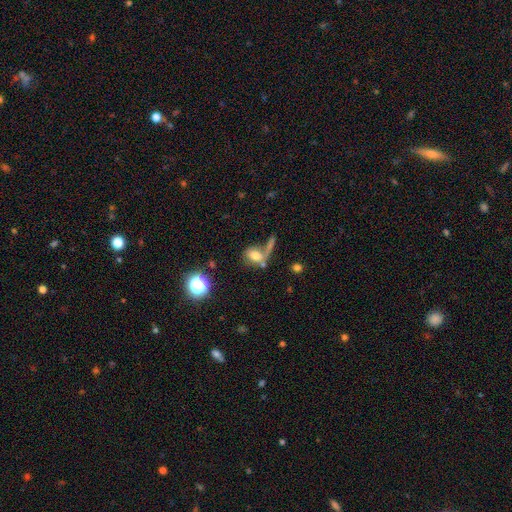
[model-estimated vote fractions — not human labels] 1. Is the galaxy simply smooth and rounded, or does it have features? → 66% smooth, 20% featured or disk, 14% star or artifact.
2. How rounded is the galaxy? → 71% in between, 24% round, 5% cigar-shaped.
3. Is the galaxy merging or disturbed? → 36% none, 33% merger, 17% major disturbance, 13% minor disturbance.